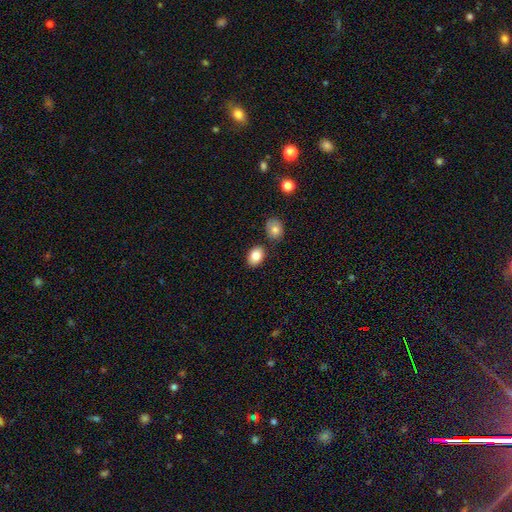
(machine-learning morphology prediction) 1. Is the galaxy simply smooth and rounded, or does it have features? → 84% smooth, 9% featured or disk, 8% star or artifact.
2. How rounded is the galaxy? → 80% in between, 18% round, 1% cigar-shaped.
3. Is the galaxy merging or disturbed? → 80% none, 10% minor disturbance, 8% merger, 2% major disturbance.